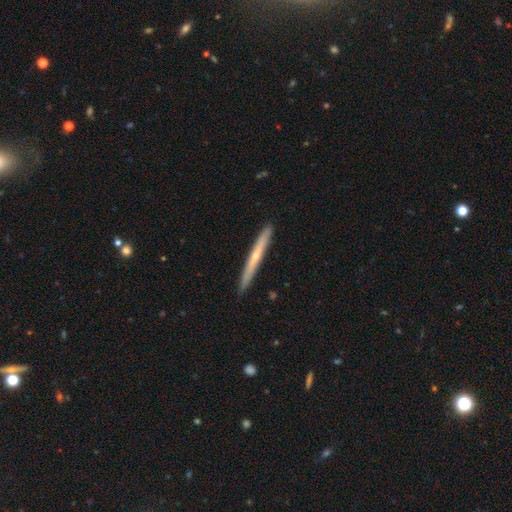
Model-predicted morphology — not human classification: smooth-or-featured: featured or disk: 57% | smooth: 37% | star or artifact: 6%
  disk-edge-on: yes: 96% | no: 4%
    edge-on-bulge: rounded: 56% | none: 42% | boxy: 2%
  merging: none: 91% | minor disturbance: 7% | major disturbance: 1% | merger: 1%